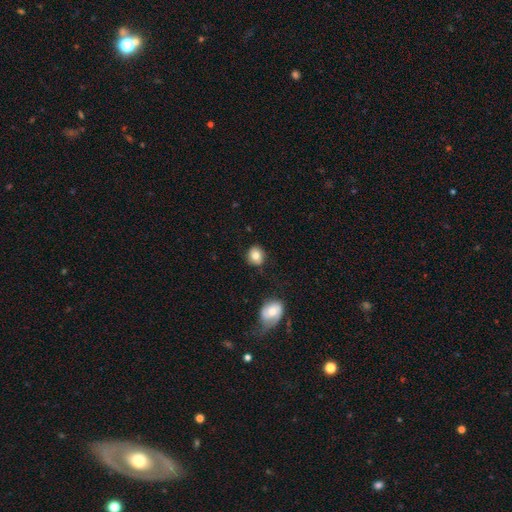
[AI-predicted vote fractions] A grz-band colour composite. It shows a smooth galaxy with no disk features (80%) that is round (81%). Merging: none (81%).